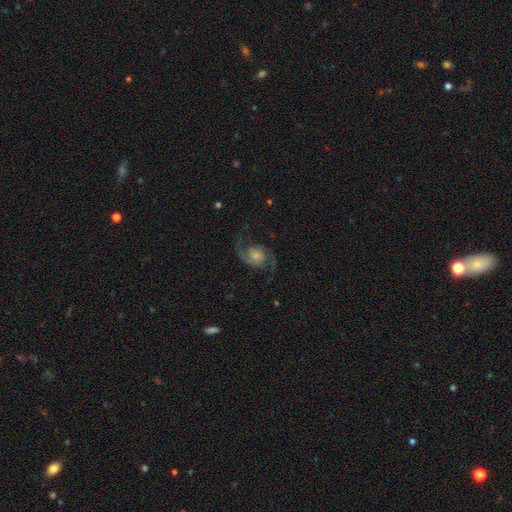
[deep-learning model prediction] featured or disk 88%, smooth 7%, star or artifact 6%. Down the decision tree: edge-on disk — no (98%); bar — no (68%); spiral arms — yes (98%); spiral arm count — 2 (94%); spiral winding — medium (48%); bulge size — small (41%); merging — none (74%).